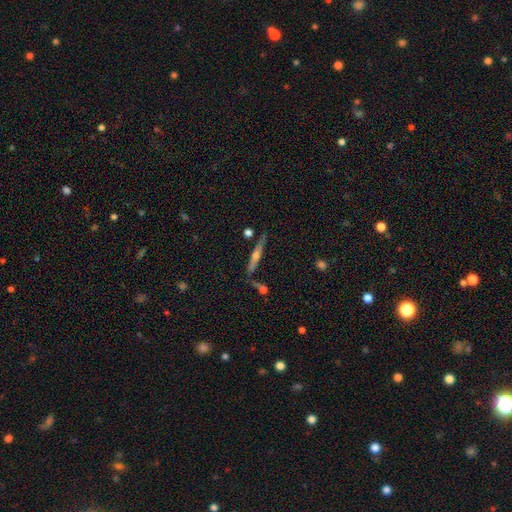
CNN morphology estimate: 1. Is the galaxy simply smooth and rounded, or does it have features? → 67% featured or disk, 26% smooth, 7% star or artifact.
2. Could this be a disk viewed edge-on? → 96% yes, 4% no.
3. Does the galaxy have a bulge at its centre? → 84% rounded, 10% none, 5% boxy.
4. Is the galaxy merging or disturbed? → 80% none, 12% minor disturbance, 6% merger, 3% major disturbance.